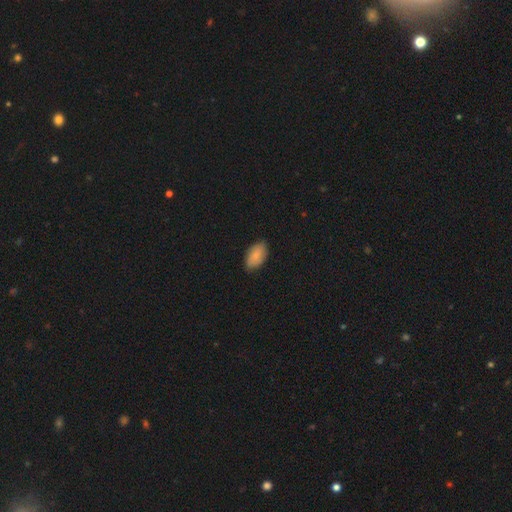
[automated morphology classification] The model was most divided on "merging": none: 82%, minor disturbance: 15%, major disturbance: 2%, merger: 1%. More confident: how rounded — in between (94%); smooth or featured — smooth (84%).